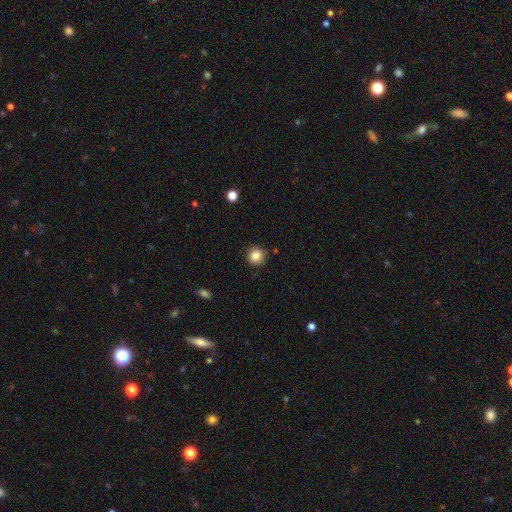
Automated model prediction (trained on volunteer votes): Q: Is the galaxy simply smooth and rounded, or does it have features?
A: smooth — 84%.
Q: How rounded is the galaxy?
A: round — 93%.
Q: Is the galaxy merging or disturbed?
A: none — 89%.